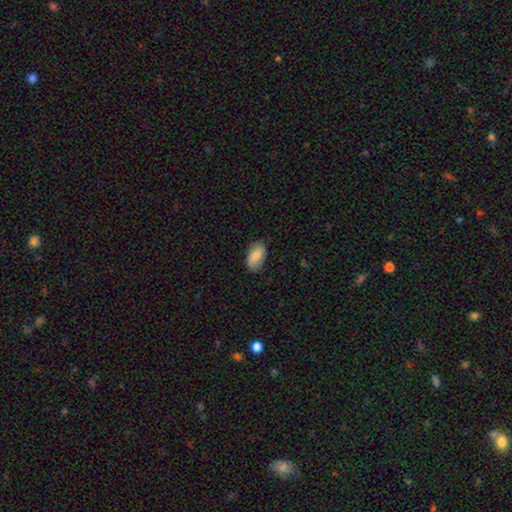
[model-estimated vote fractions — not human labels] Smooth or featured: smooth — 75% (featured or disk — 18%)
How rounded: in between — 93% (round — 4%)
Merging: none — 74% (minor disturbance — 21%)